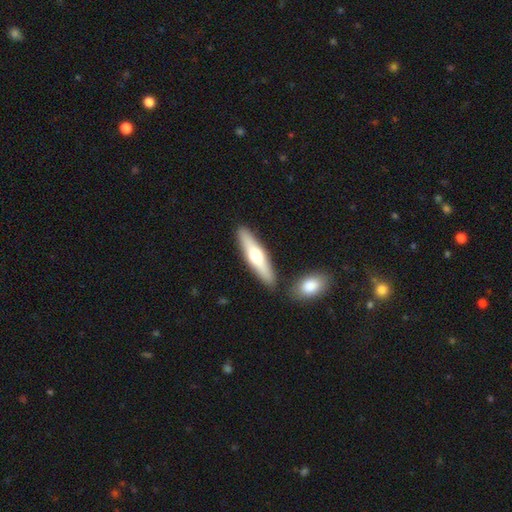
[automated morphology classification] smooth-or-featured: smooth: 52% | featured or disk: 43% | star or artifact: 5%
  how-rounded: cigar-shaped: 77% | in between: 21% | round: 2%
  merging: none: 83% | minor disturbance: 9% | merger: 7% | major disturbance: 2%